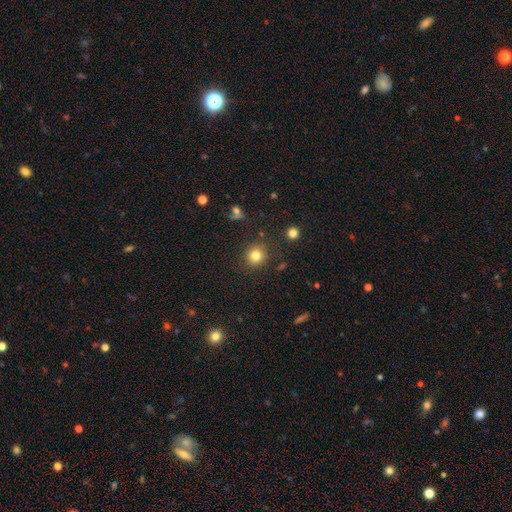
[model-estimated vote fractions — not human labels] A smooth galaxy with no disk features (80%) that is round (87%).

Vote fractions:
- Smooth or featured? smooth: 80% / star or artifact: 13% / featured or disk: 7%
- How rounded? round: 87% / in between: 12% / cigar-shaped: 1%
- Merging? none: 86% / minor disturbance: 8% / major disturbance: 3% / merger: 3%